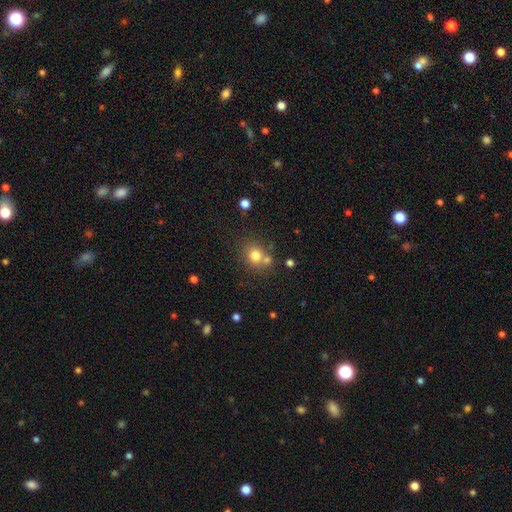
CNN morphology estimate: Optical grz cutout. It shows a smooth galaxy with no disk features (77%) that is round (81%). Merging: none (62%).